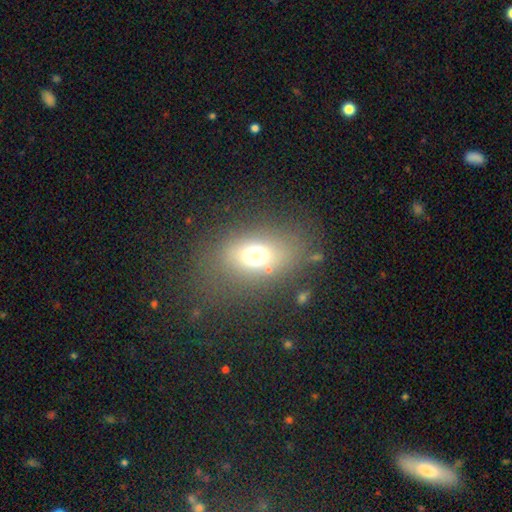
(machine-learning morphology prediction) This appears to be a smooth galaxy with no disk features (67%) that is in between round and cigar-shaped (65%). Merging: none (74%).